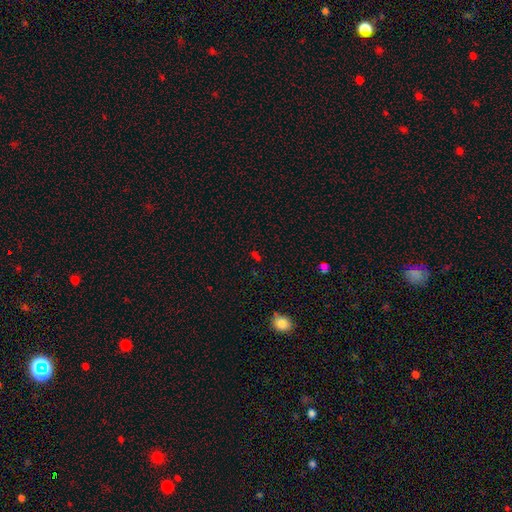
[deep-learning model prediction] The model was most divided on "smooth or featured": star or artifact: 52%, smooth: 40%, featured or disk: 9%.